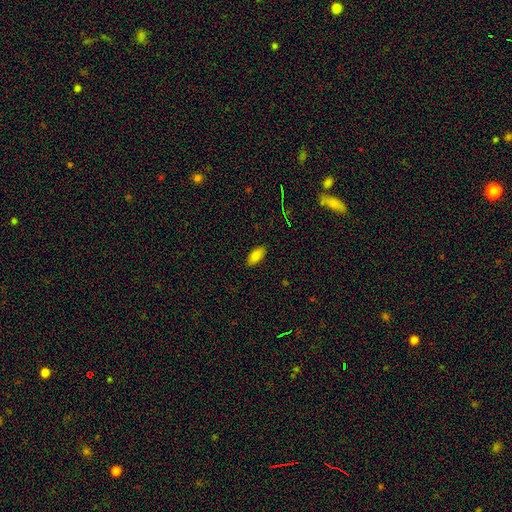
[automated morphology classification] smooth 84%, star or artifact 9%, featured or disk 7%. Down the decision tree: how rounded — in between (88%); merging — none (87%).